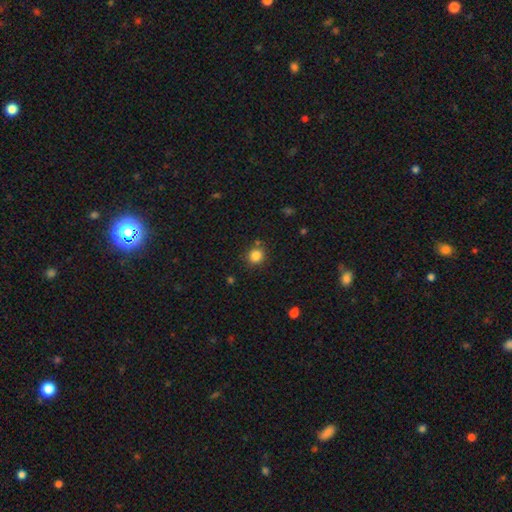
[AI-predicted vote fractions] smooth-or-featured: smooth: 84% | star or artifact: 12% | featured or disk: 4%
  how-rounded: round: 89% | in between: 10% | cigar-shaped: 1%
  merging: none: 82% | minor disturbance: 10% | merger: 5% | major disturbance: 3%